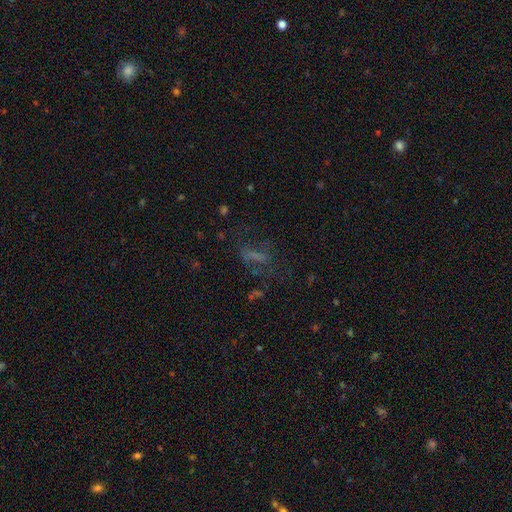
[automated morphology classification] A smooth galaxy with no disk features (42%). Merging: none (49%).